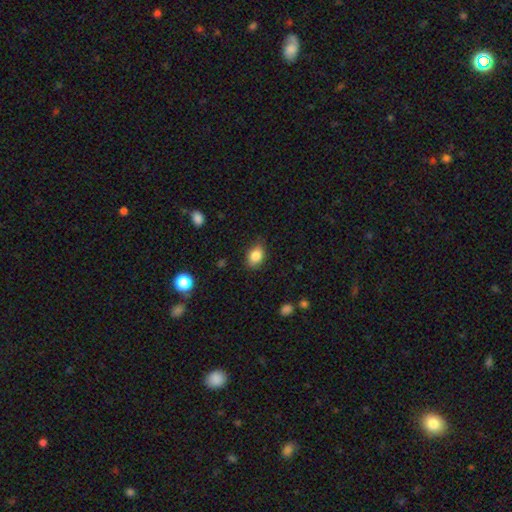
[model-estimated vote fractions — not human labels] A smooth galaxy with no disk features (85%) that is in between round and cigar-shaped (78%). Merging: none (80%).